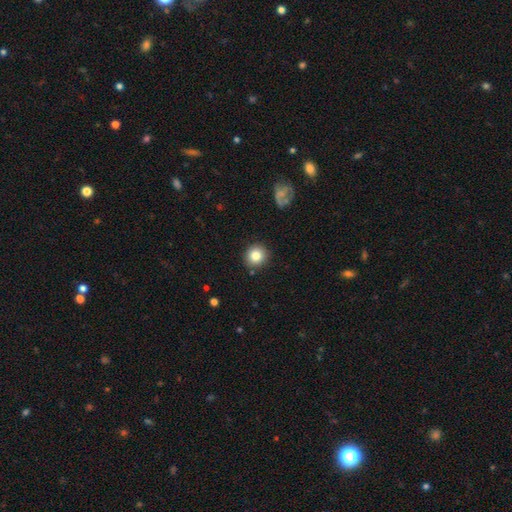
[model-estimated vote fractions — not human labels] Smooth or featured?
  - smooth: 83% *
  - star or artifact: 10%
  - featured or disk: 7%
How rounded?
  - round: 91% *
  - in between: 8%
  - cigar-shaped: 1%
Merging?
  - none: 89% *
  - minor disturbance: 7%
  - major disturbance: 2%
  - merger: 2%